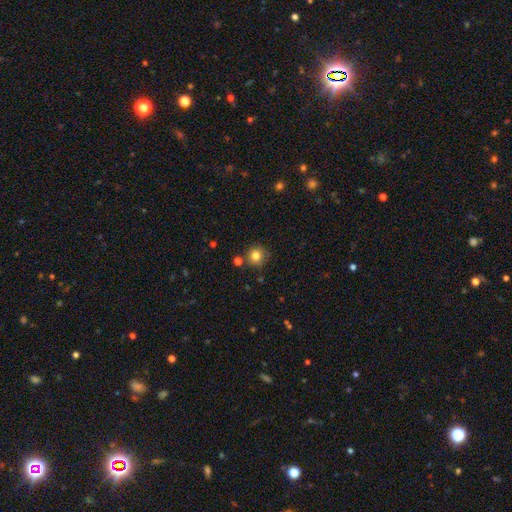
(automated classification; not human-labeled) The model was most divided on "smooth or featured": smooth: 81%, star or artifact: 12%, featured or disk: 7%. More confident: how rounded — round (92%); merging — none (81%).